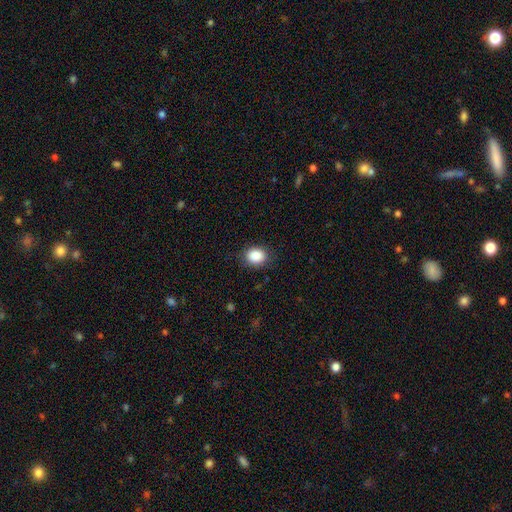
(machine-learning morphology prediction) Smooth or featured? smooth (89%)
How rounded? in between (53%)
Merging? none (83%)